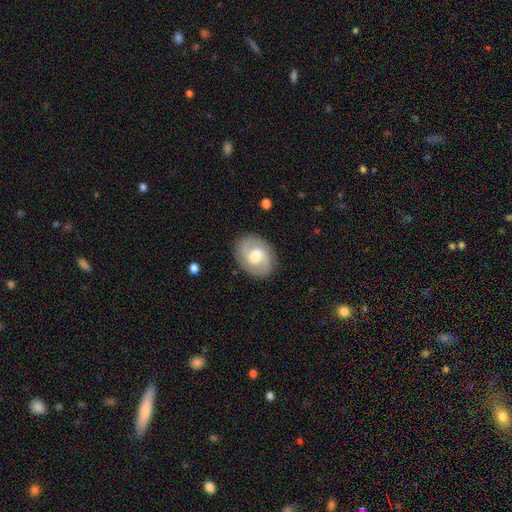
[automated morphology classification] A featured or disk galaxy (64%) with no bar (47%), 2 (85%) medium (46%) spiral arms (82%) and a moderate central bulge (58%). Merging: none (85%).